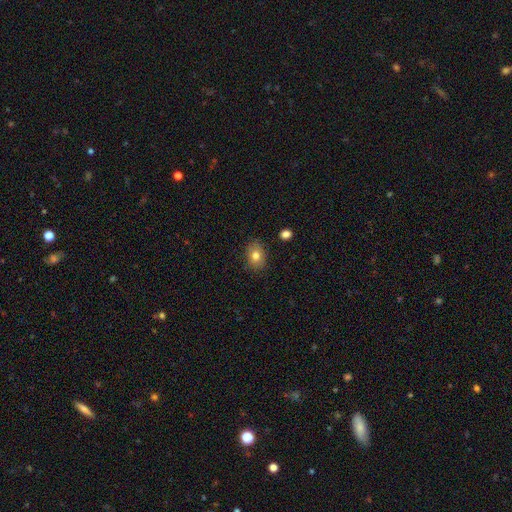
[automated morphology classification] Overall: smooth (79%). How rounded: in between (63%; round 36%). Merging: none (86%).